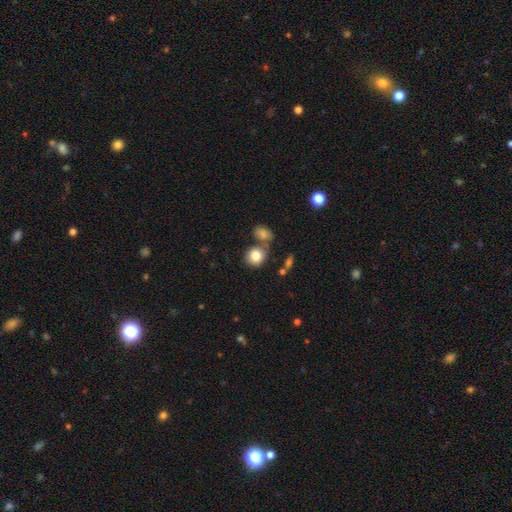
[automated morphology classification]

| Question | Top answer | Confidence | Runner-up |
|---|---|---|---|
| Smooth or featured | smooth | 82% | featured or disk (9%) |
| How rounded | round | 72% | in between (26%) |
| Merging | none | 56% | merger (27%) |